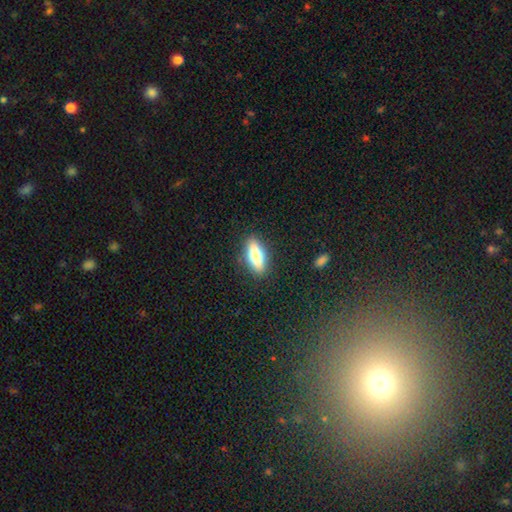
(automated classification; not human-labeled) Smooth or featured?
  - smooth: 61% *
  - featured or disk: 32%
  - star or artifact: 7%
How rounded?
  - in between: 59% *
  - cigar-shaped: 38%
  - round: 3%
Merging?
  - none: 87% *
  - minor disturbance: 9%
  - major disturbance: 3%
  - merger: 1%